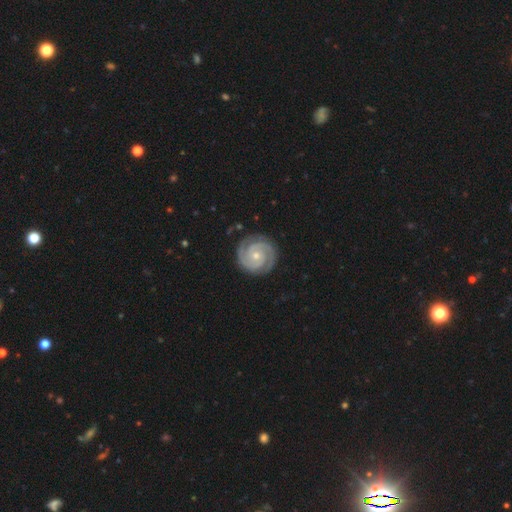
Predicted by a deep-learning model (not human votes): Smooth or featured?
  - featured or disk: 92% *
  - smooth: 4%
  - star or artifact: 4%
Edge-on disk?
  - no: 98% *
  - yes: 2%
Bar?
  - no: 72% *
  - weak: 20%
  - strong: 7%
Spiral arms?
  - yes: 99% *
  - no: 1%
Spiral winding?
  - tight: 80% *
  - medium: 18%
  - loose: 2%
Spiral arm count?
  - 2: 90% *
  - 3: 5%
  - can't tell: 2%
  - 4: 1%
  - 1: 1%
  - more than 4: 1%
Bulge size?
  - small: 60% *
  - moderate: 37%
  - none: 1%
  - large: 1%
  - dominant: 1%
Merging?
  - none: 87% *
  - minor disturbance: 10%
  - major disturbance: 2%
  - merger: 1%